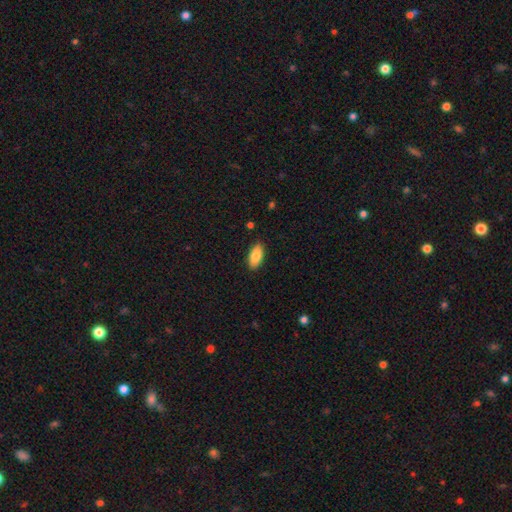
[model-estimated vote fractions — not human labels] Morphology: type=smooth (85%); roundness=in between (90%); merging=none (88%).